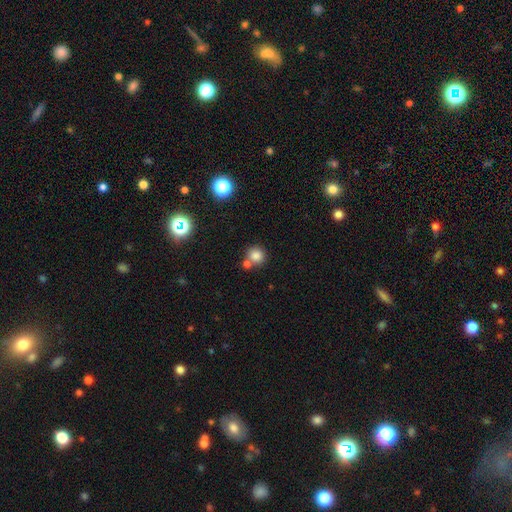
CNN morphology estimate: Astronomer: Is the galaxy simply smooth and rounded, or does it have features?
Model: smooth — 81%.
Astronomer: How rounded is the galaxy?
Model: round — 90%.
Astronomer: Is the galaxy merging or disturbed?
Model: none — 61%.